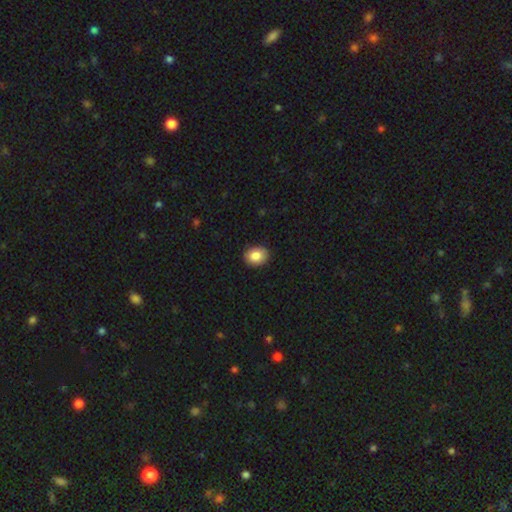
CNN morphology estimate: This is clearly a smooth galaxy (85%). How rounded: possibly in between (52%). Merging: clearly none (88%).